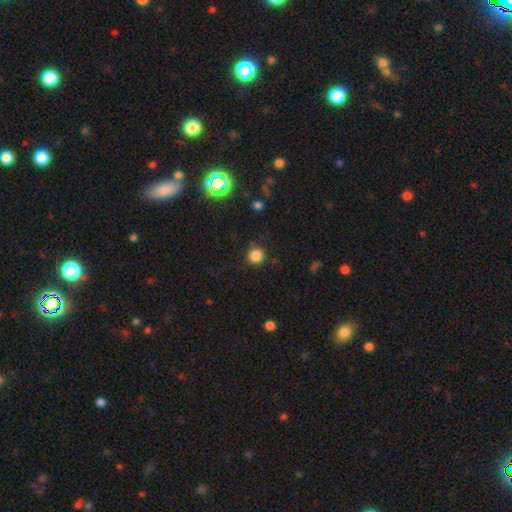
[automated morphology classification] smooth 83%, star or artifact 13%, featured or disk 4%. Down the decision tree: how rounded — round (92%); merging — none (82%).